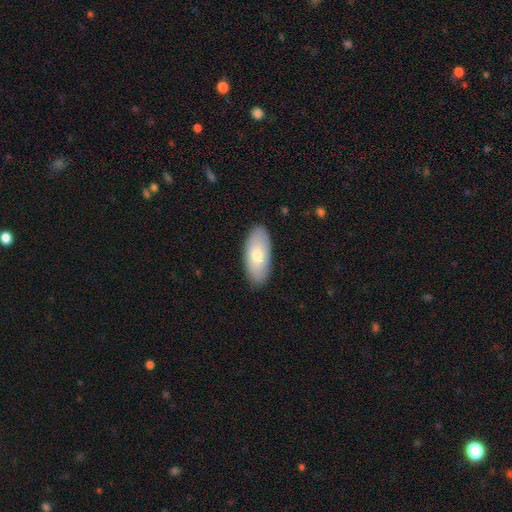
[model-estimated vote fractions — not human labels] Overall: smooth (70%). How rounded: in between (90%). Merging: none (89%).